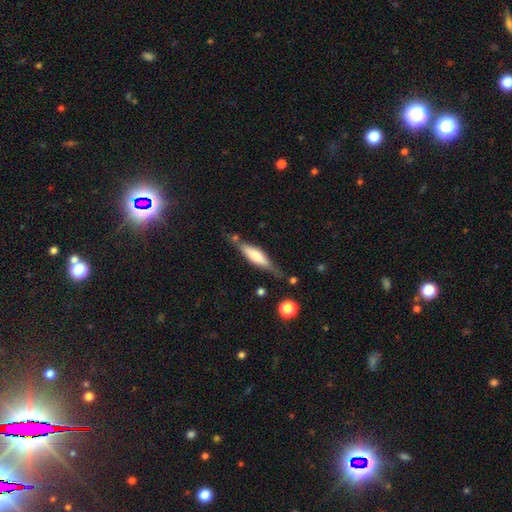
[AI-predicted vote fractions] Overall: featured or disk (50%; smooth 44%). Merging: none (68%).